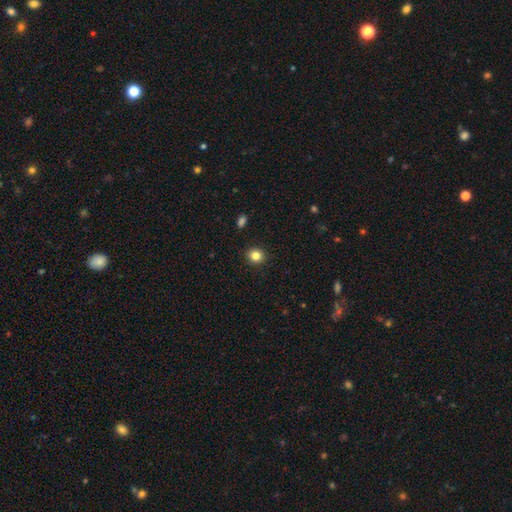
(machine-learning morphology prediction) smooth 83%, star or artifact 11%, featured or disk 6%. Down the decision tree: how rounded — round (83%); merging — none (91%).